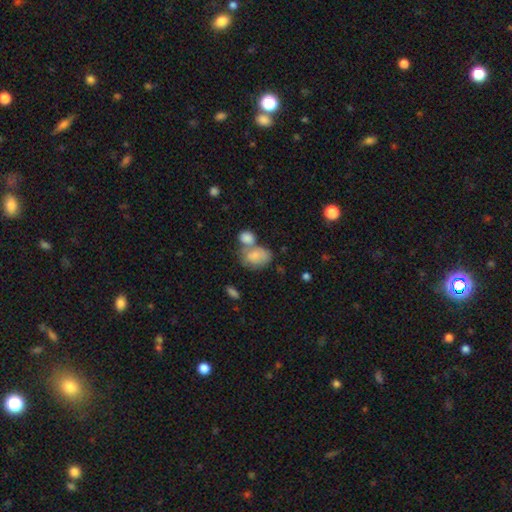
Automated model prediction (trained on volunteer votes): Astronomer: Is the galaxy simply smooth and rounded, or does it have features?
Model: smooth — 79%.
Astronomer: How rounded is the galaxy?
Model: in between — 82%.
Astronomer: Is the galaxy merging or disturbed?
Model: merger — 50% (runner-up: none, 28%).